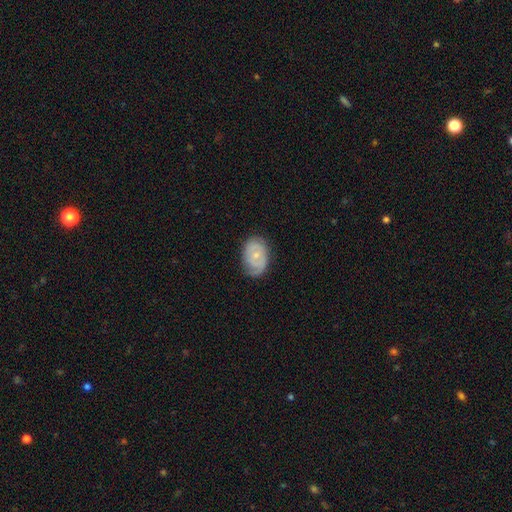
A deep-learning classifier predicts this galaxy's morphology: Overall: featured or disk (64%; smooth 30%). Edge-on disk: no (96%). Bar: no (65%; weak 30%). Spiral arms: yes (85%). Spiral arm count: 2 (48%; can't tell 28%). Spiral winding: tight (59%; medium 31%). Bulge size: small (64%; moderate 31%). Merging: none (68%).